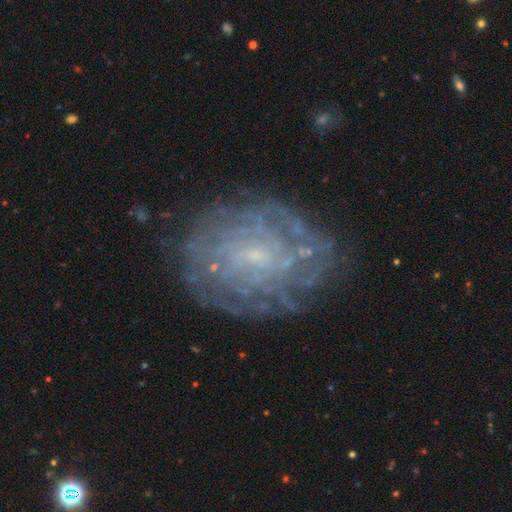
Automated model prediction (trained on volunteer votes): Smooth or featured: featured or disk — 74% (smooth — 16%)
Edge-on disk: no — 97% (yes — 3%)
Bar: no — 61% (weak — 33%)
Spiral arms: yes — 72% (no — 28%)
Spiral winding: tight — 70% (medium — 21%)
Spiral arm count: can't tell — 62% (more than 4 — 11%)
Bulge size: small — 77% (moderate — 11%)
Merging: none — 75% (minor disturbance — 16%)